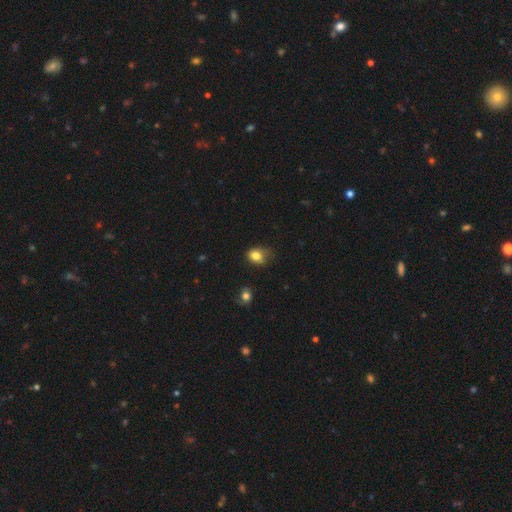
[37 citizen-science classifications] This is clearly a smooth galaxy (89%). How rounded: possibly round (58%). Merging: possibly minor disturbance (49%).